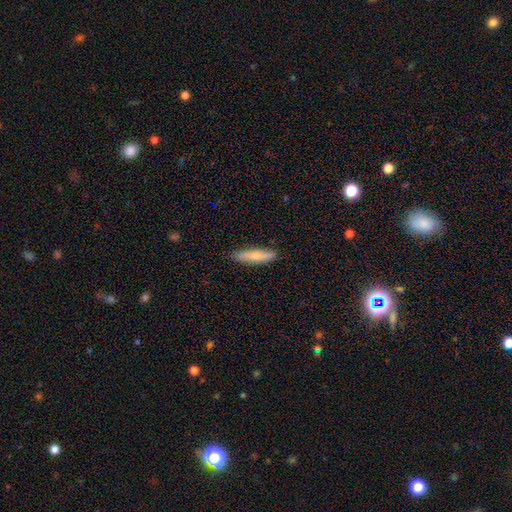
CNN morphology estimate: A smooth galaxy with no disk features (66%) that is cigar-shaped (81%). Merging: none (87%).